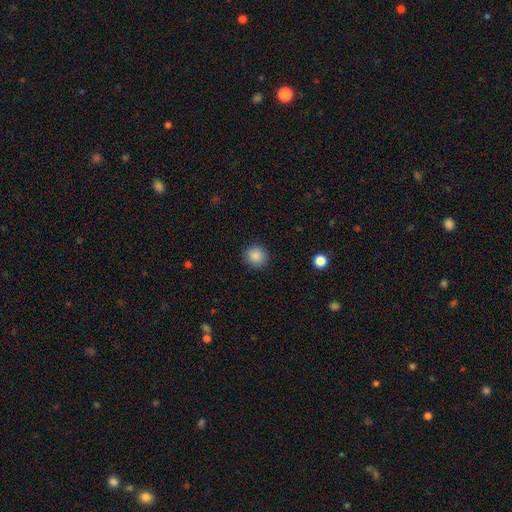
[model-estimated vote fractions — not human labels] Q: Smooth or featured?
A: smooth (87%); runner-up: star or artifact (9%)
Q: How rounded?
A: round (91%); runner-up: in between (8%)
Q: Merging?
A: none (90%); runner-up: minor disturbance (7%)